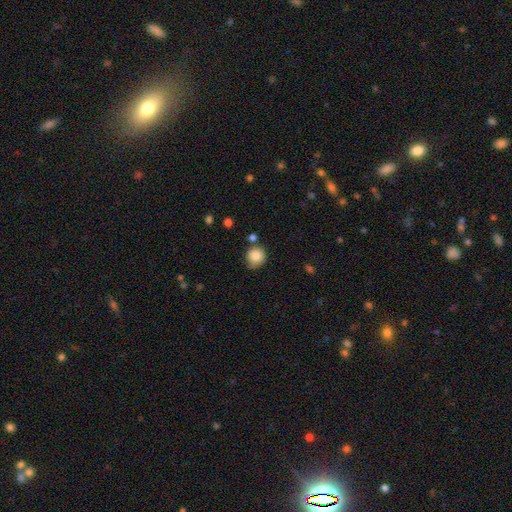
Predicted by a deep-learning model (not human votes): Smooth or featured: smooth — 86% (star or artifact — 9%)
How rounded: round — 89% (in between — 10%)
Merging: none — 71% (minor disturbance — 18%)